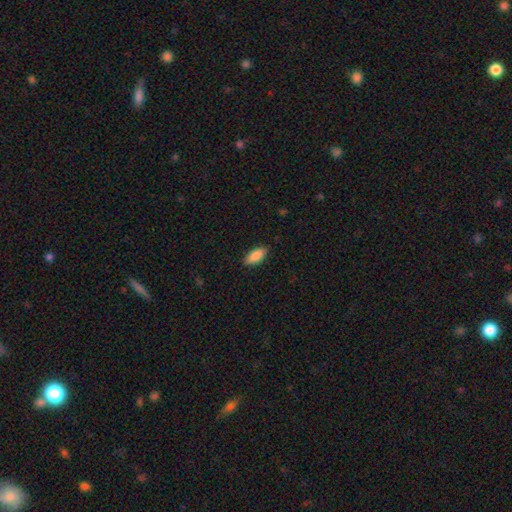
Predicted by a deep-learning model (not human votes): Smooth or featured: smooth — 88% (star or artifact — 6%)
How rounded: in between — 86% (cigar-shaped — 12%)
Merging: none — 87% (minor disturbance — 10%)